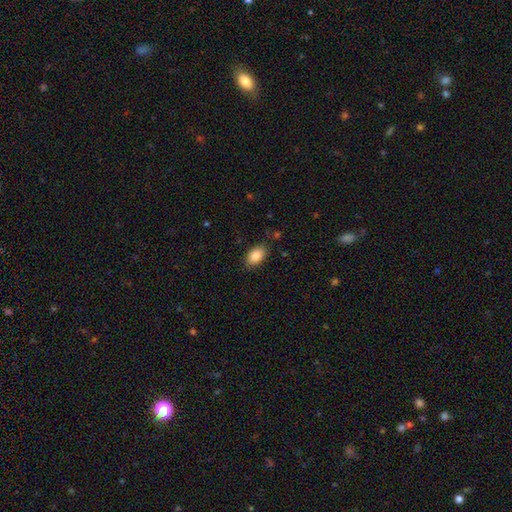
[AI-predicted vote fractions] The model was most divided on "merging": none: 83%, minor disturbance: 13%, major disturbance: 3%, merger: 1%. More confident: how rounded — in between (91%); smooth or featured — smooth (87%).